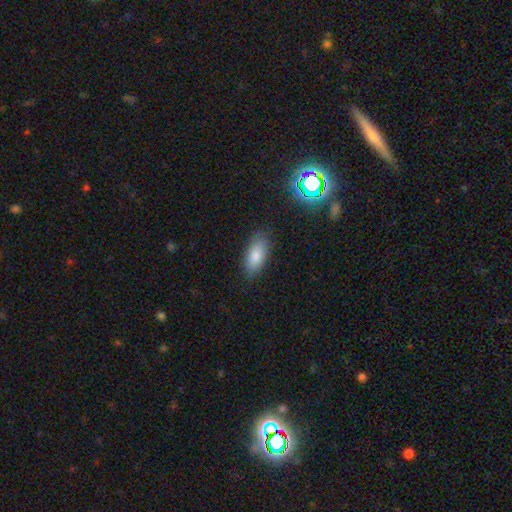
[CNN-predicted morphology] Q: Smooth or featured?
A: smooth (79%); runner-up: featured or disk (11%)
Q: How rounded?
A: in between (84%); runner-up: cigar-shaped (12%)
Q: Merging?
A: none (83%); runner-up: minor disturbance (12%)